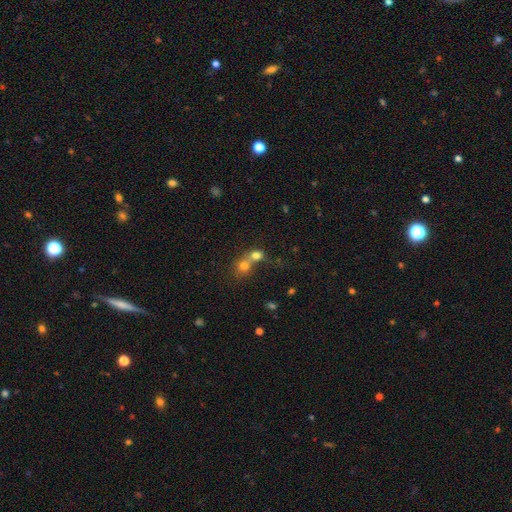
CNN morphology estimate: A smooth galaxy with no disk features (72%) that is round (67%).

Vote fractions:
- Smooth or featured? smooth: 72% / featured or disk: 14% / star or artifact: 14%
- How rounded? round: 67% / in between: 31% / cigar-shaped: 1%
- Merging? merger: 67% / none: 25% / minor disturbance: 5% / major disturbance: 3%